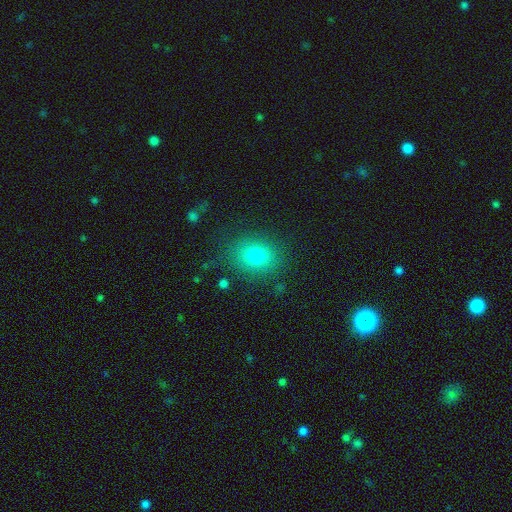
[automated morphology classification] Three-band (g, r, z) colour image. It shows a smooth galaxy with no disk features (78%) that is round (61%). Merging: none (81%).